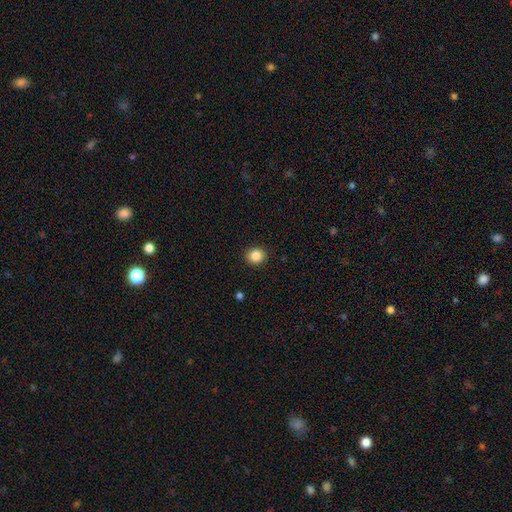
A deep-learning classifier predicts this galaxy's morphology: This is clearly a smooth galaxy (86%). How rounded: clearly round (83%). Merging: clearly none (92%).